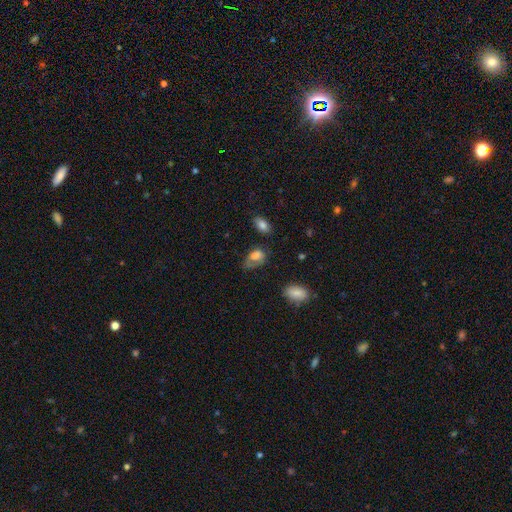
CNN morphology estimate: A smooth galaxy with no disk features (75%) that is in between round and cigar-shaped (84%). Merging: none (37%).